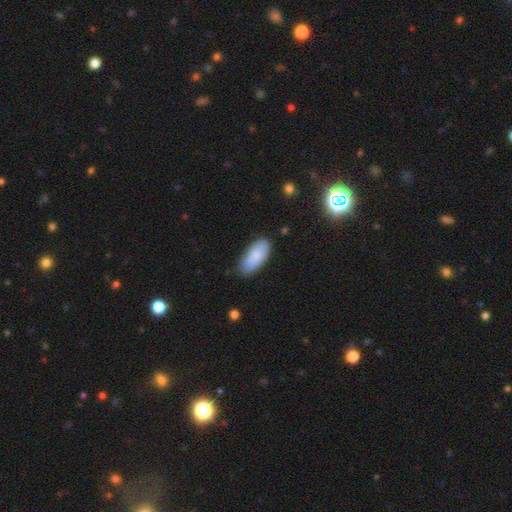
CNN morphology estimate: Overall: smooth (85%). How rounded: in between (90%). Merging: none (77%).